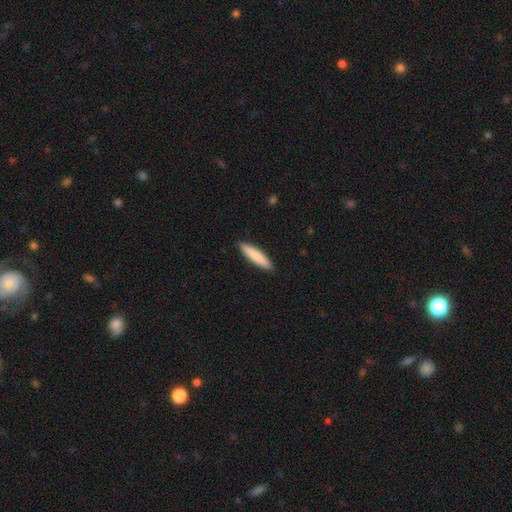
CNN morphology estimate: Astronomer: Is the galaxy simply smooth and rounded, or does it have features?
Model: smooth — 82%.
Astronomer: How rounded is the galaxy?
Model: cigar-shaped — 85%.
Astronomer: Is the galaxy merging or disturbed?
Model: none — 90%.